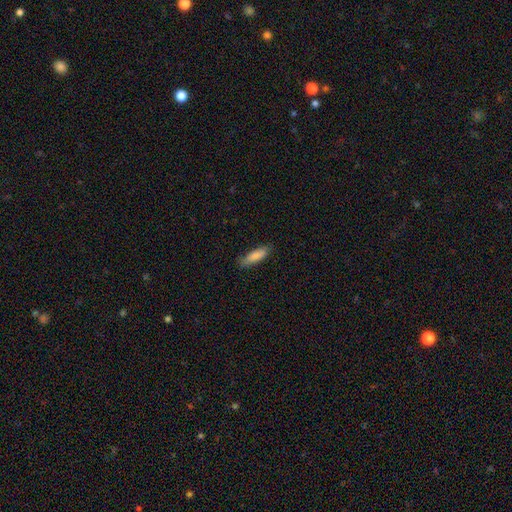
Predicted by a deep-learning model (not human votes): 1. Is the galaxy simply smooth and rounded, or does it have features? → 84% smooth, 10% featured or disk, 6% star or artifact.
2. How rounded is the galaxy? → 59% cigar-shaped, 40% in between, 1% round.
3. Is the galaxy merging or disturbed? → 82% none, 14% minor disturbance, 3% major disturbance, 1% merger.